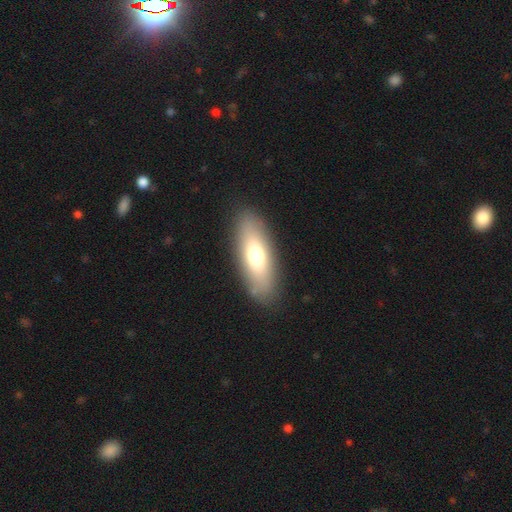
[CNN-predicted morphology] Overall: smooth (68%). How rounded: in between (66%; cigar-shaped 31%). Merging: none (86%).